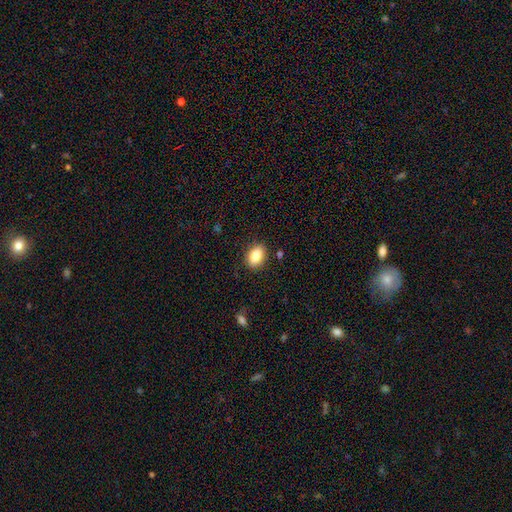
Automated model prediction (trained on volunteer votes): Q: Smooth or featured?
A: smooth (86%); runner-up: star or artifact (8%)
Q: How rounded?
A: in between (85%); runner-up: round (13%)
Q: Merging?
A: none (86%); runner-up: minor disturbance (10%)